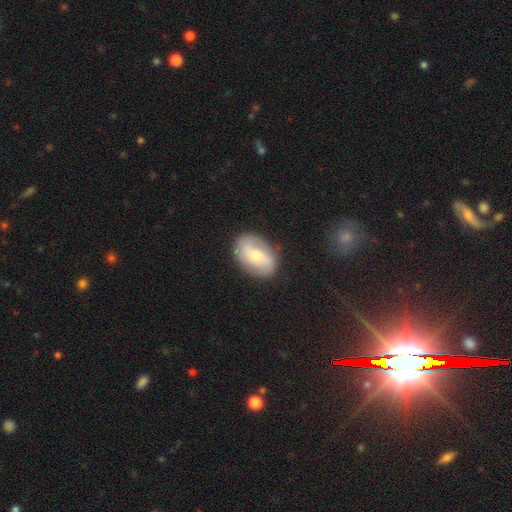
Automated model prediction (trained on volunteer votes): Morphology: type=featured or disk (62%); edge-on=no (96%); bar=no (47%); spiral arms=yes (83%); bulge=small (51%); merging=none (81%).